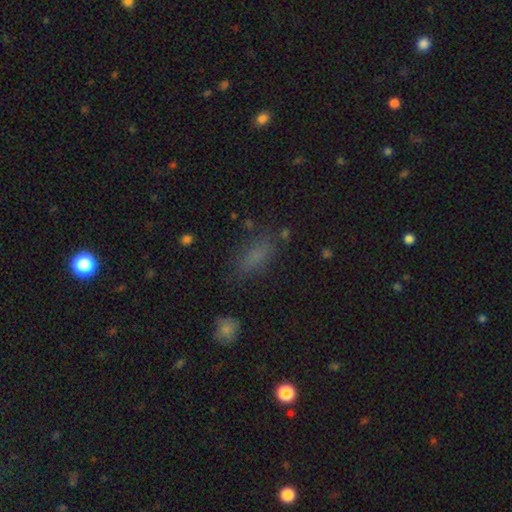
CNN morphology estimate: smooth_or_featured: smooth (p=0.71) [alt: star or artifact p=0.20]
how_rounded: in between (p=0.73) [alt: cigar-shaped p=0.21]
merging: none (p=0.73) [alt: minor disturbance p=0.16]